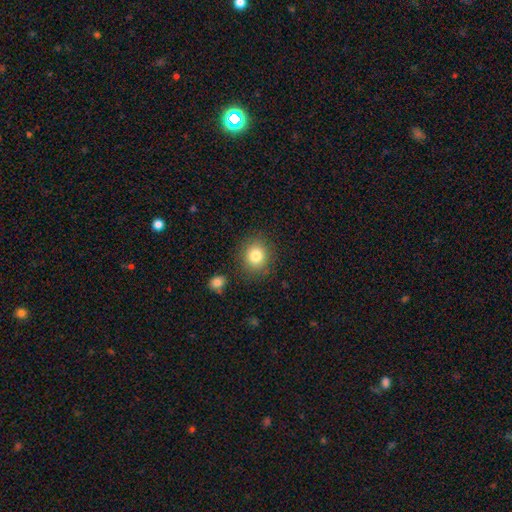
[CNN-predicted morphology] Smooth or featured: smooth — 82% (star or artifact — 10%)
How rounded: round — 81% (in between — 18%)
Merging: none — 85% (minor disturbance — 9%)